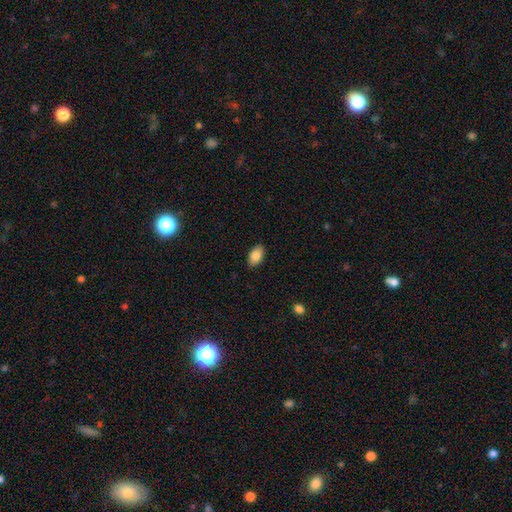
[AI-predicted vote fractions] Smooth or featured? Predicted: smooth (p=0.86). How rounded? Predicted: in between (p=0.93). Merging? Predicted: none (p=0.88).